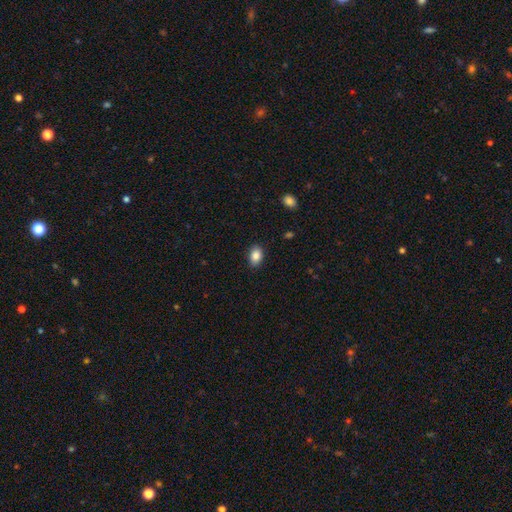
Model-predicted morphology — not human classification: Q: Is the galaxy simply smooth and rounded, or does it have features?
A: smooth — 86%.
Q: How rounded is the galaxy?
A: in between — 82%.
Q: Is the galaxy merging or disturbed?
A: none — 87%.